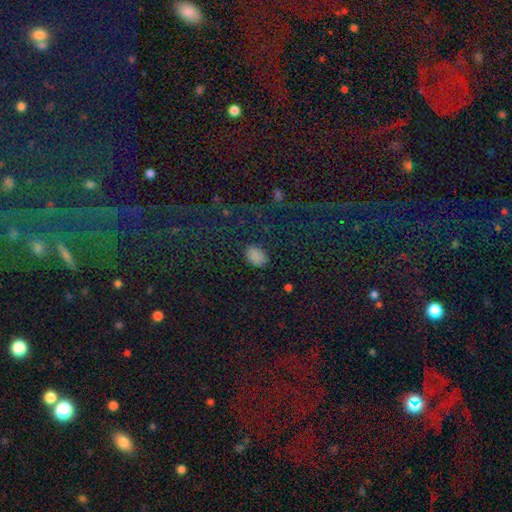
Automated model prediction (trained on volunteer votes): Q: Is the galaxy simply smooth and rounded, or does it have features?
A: smooth — 80%.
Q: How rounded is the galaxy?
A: in between — 83%.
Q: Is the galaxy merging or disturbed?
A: none — 83%.